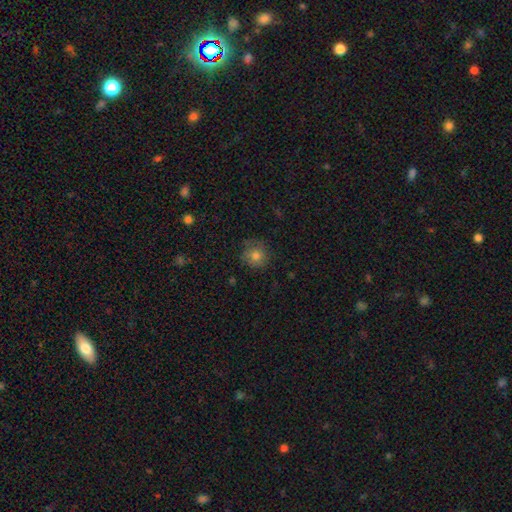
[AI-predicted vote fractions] Q: Smooth or featured?
A: smooth (78%); runner-up: star or artifact (11%)
Q: How rounded?
A: round (89%); runner-up: in between (10%)
Q: Merging?
A: none (76%); runner-up: minor disturbance (17%)